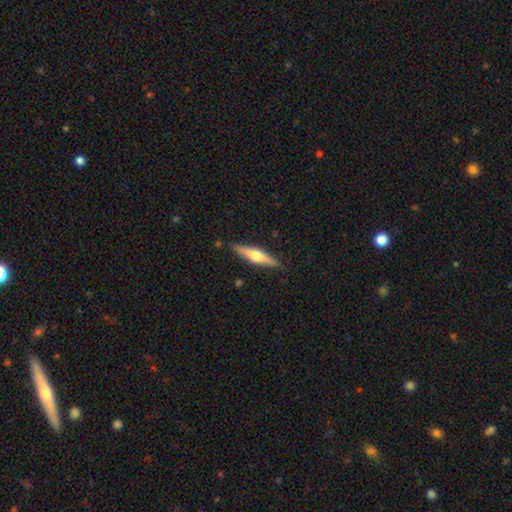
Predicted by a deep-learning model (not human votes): This appears to be a featured or disk galaxy (61%) viewed edge-on (96%) with a rounded central bulge (90%). Merging: none (87%).